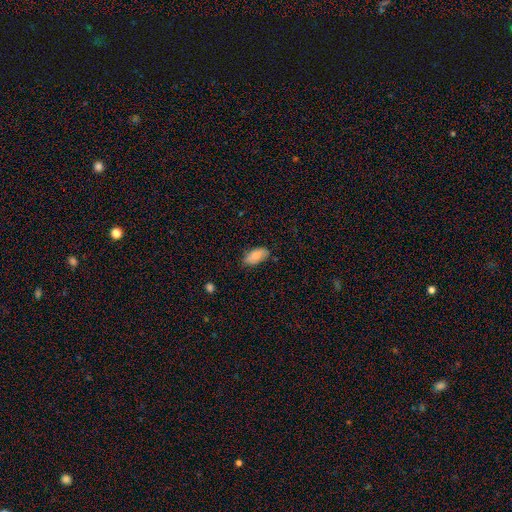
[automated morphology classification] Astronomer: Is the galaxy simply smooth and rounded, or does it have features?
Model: smooth — 79%.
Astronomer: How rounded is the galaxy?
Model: in between — 93%.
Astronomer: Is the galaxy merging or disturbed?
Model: none — 78%.